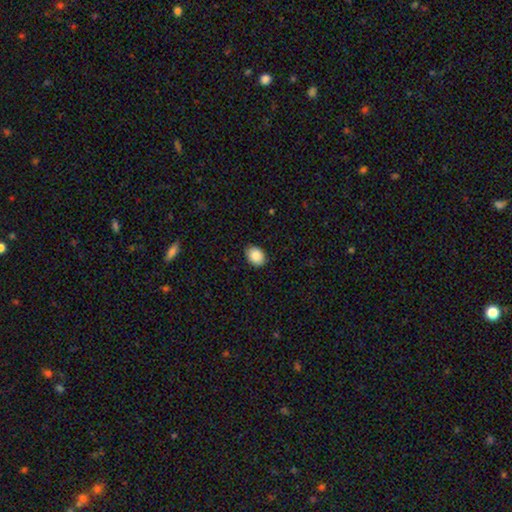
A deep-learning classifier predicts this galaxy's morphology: smooth-or-featured: smooth: 89% | star or artifact: 7% | featured or disk: 4%
  how-rounded: in between: 72% | round: 27% | cigar-shaped: 1%
  merging: none: 88% | minor disturbance: 9% | major disturbance: 2% | merger: 1%